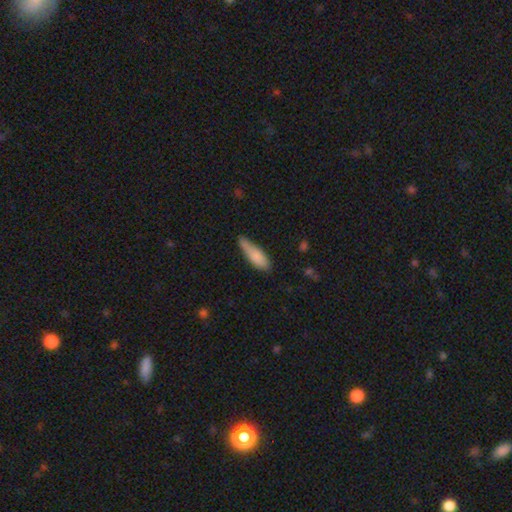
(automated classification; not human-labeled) Smooth or featured? smooth (82%)
How rounded? cigar-shaped (51%)
Merging? none (46%)